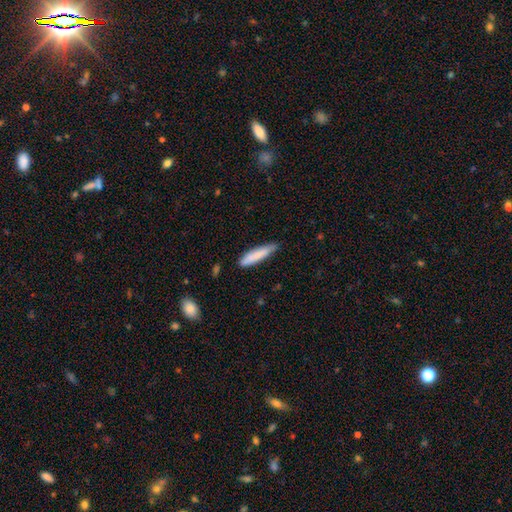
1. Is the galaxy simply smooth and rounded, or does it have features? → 81% smooth, 14% featured or disk, 6% star or artifact.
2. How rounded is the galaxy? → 76% cigar-shaped, 24% in between, 0% round.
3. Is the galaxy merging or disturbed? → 82% none, 15% minor disturbance, 3% major disturbance, 0% merger.